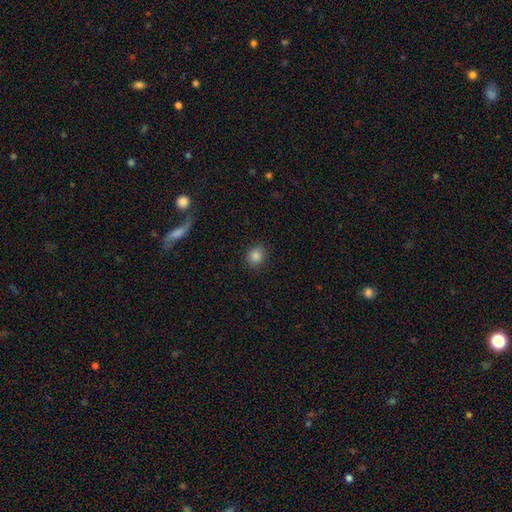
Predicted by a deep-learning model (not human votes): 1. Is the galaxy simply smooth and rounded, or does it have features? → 85% smooth, 11% star or artifact, 4% featured or disk.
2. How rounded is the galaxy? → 83% round, 16% in between, 1% cigar-shaped.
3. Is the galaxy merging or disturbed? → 89% none, 7% minor disturbance, 2% major disturbance, 1% merger.